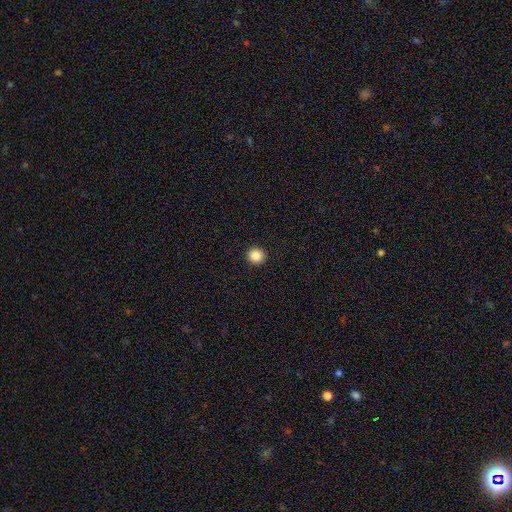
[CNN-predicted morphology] This appears to be a smooth galaxy with no disk features (86%) that is round (93%). Merging: none (93%).